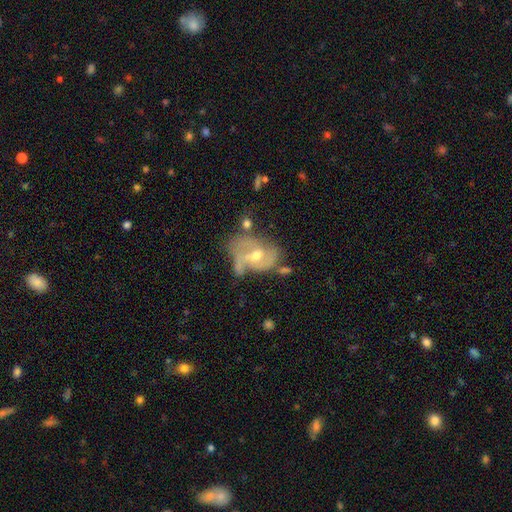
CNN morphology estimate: This is likely a featured or disk galaxy (77%). It is clearly not viewed edge-on (96%). Bar: possibly no (46%). Spiral arm pattern: clearly yes (82%). Spiral arm count: possibly 2 (56%). Spiral winding: marginally medium (44%). Central bulge: likely moderate (65%). Merging: marginally none (36%).